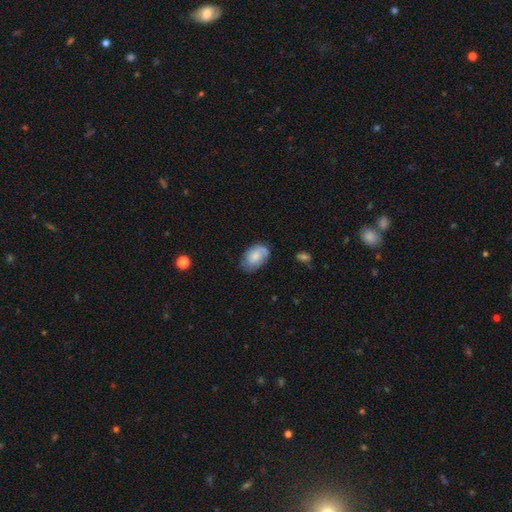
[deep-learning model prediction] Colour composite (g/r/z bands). It shows a smooth galaxy with no disk features (70%) that is in between round and cigar-shaped (88%). Merging: none (65%).